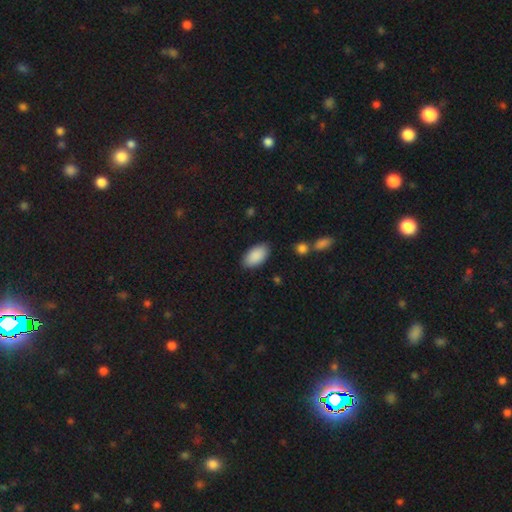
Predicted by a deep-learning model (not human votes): This is clearly a smooth galaxy (90%). How rounded: clearly in between (95%). Merging: clearly none (86%).